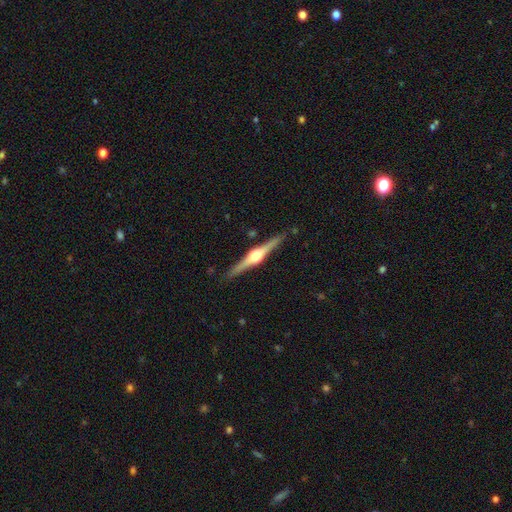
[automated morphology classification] featured or disk 85%, smooth 11%, star or artifact 5%. Down the decision tree: edge-on disk — yes (99%); edge-on bulge — rounded (94%); merging — none (90%).